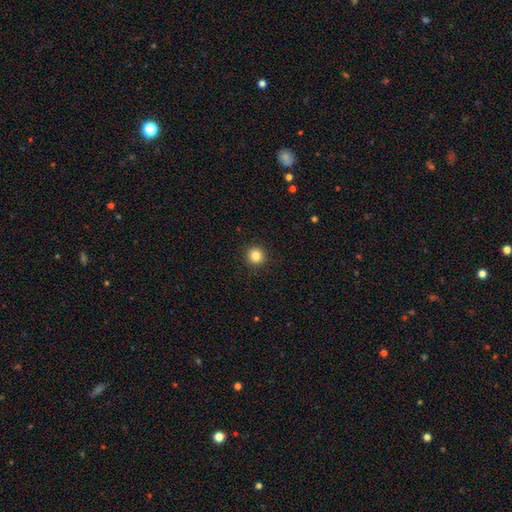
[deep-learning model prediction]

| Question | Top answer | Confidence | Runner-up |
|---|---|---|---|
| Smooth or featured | smooth | 84% | star or artifact (11%) |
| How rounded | round | 95% | in between (4%) |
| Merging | none | 93% | minor disturbance (5%) |